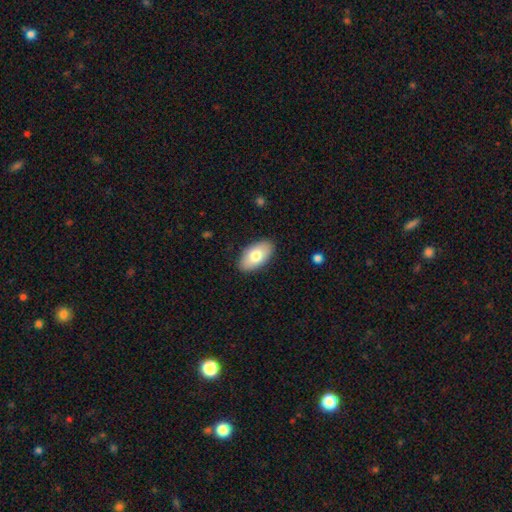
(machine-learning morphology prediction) This appears to be a smooth galaxy with no disk features (75%) that is in between round and cigar-shaped (95%). Merging: none (88%).